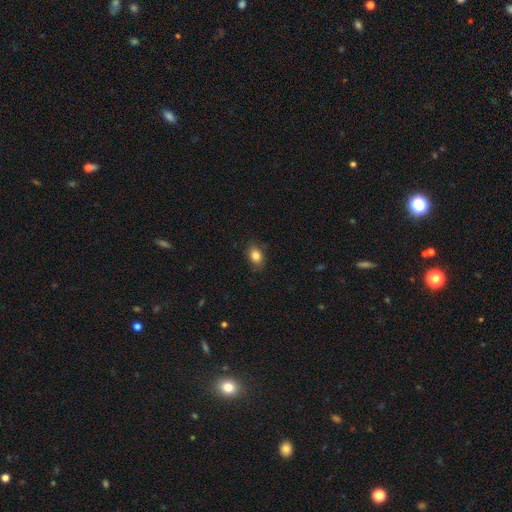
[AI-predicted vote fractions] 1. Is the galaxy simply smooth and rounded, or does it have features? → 84% smooth, 9% star or artifact, 7% featured or disk.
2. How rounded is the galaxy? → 78% in between, 21% round, 1% cigar-shaped.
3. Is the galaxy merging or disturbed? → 83% none, 13% minor disturbance, 3% major disturbance, 1% merger.